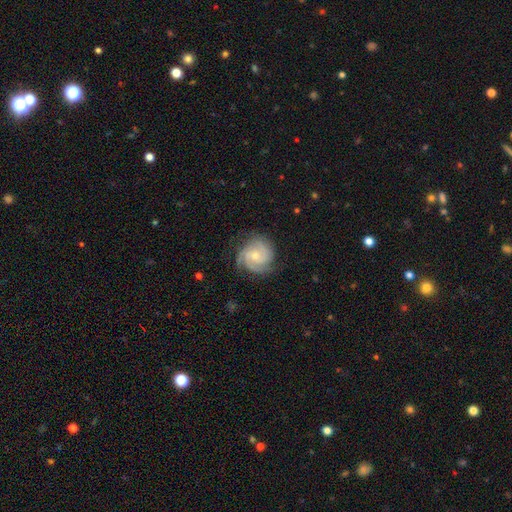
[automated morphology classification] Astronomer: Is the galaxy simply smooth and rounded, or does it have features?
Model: featured or disk — 83%.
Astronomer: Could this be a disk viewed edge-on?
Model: no — 98%.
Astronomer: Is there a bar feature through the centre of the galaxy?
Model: no — 67%.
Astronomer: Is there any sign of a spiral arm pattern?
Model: yes — 97%.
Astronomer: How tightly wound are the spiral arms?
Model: tight — 63%.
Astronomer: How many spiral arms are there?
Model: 3 — 45% (runner-up: 2, 25%).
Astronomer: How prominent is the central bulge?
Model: small — 56% (runner-up: moderate, 39%).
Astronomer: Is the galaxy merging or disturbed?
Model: none — 76%.